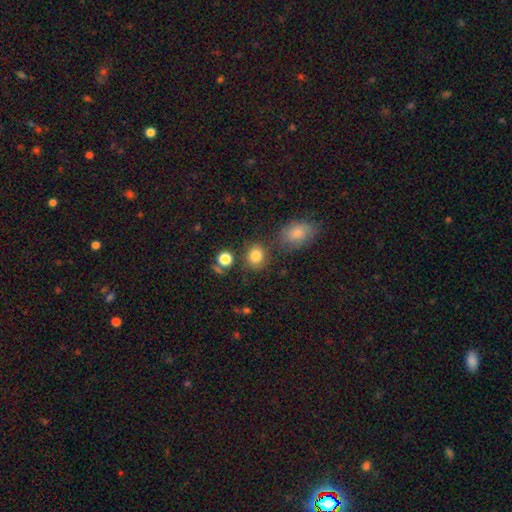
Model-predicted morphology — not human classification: smooth 82%, star or artifact 11%, featured or disk 6%. Down the decision tree: how rounded — round (68%); merging — none (77%).